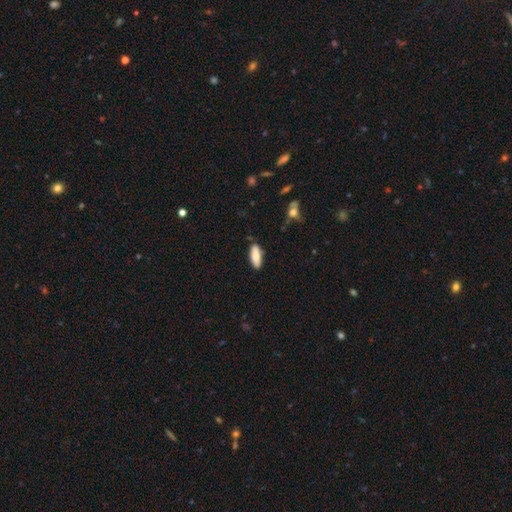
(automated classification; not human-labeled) smooth_or_featured: smooth (p=0.82) [alt: featured or disk p=0.12]
how_rounded: in between (p=0.66) [alt: cigar-shaped p=0.32]
merging: none (p=0.84) [alt: minor disturbance p=0.12]